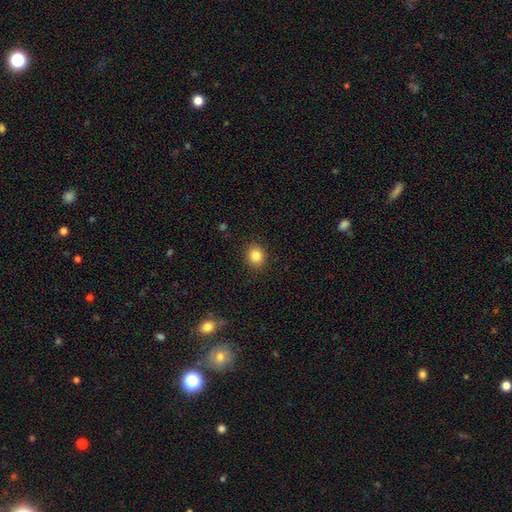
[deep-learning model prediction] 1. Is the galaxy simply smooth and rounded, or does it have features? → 85% smooth, 10% star or artifact, 5% featured or disk.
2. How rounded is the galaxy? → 76% round, 23% in between, 1% cigar-shaped.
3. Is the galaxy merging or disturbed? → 89% none, 7% minor disturbance, 2% major disturbance, 1% merger.